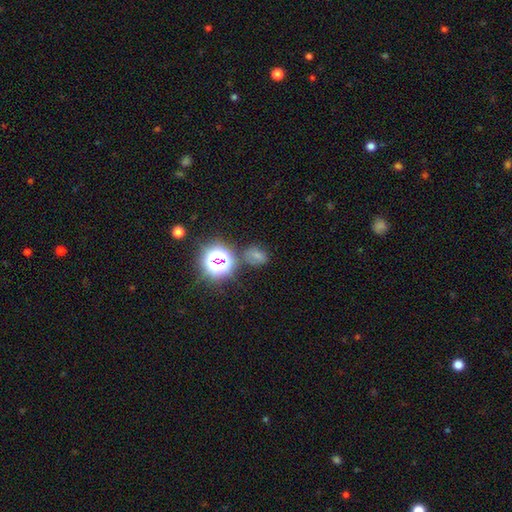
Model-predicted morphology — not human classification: Smooth or featured?
  - smooth: 57% *
  - star or artifact: 32%
  - featured or disk: 12%
How rounded?
  - round: 49% * (tied)
  - in between: 49% * (tied)
  - cigar-shaped: 1%
Merging?
  - none: 63% *
  - minor disturbance: 18%
  - merger: 11%
  - major disturbance: 9%